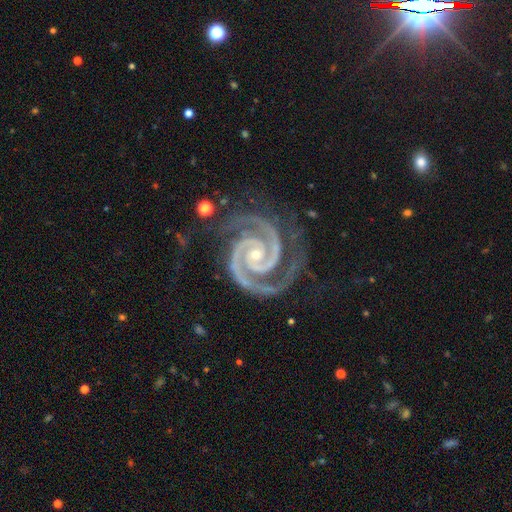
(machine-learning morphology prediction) smooth_or_featured: featured or disk (p=0.95) [alt: star or artifact p=0.04]
disk_edge_on: no (p=0.99) [alt: yes p=0.01]
bar: no (p=0.64) [alt: weak p=0.21]
has_spiral_arms: yes (p=0.99) [alt: no p=0.01]
spiral_winding: tight (p=0.75) [alt: medium p=0.23]
spiral_arm_count: 2 (p=0.89) [alt: 3 p=0.06]
bulge_size: small (p=0.70) [alt: moderate p=0.27]
merging: none (p=0.75) [alt: minor disturbance p=0.17]